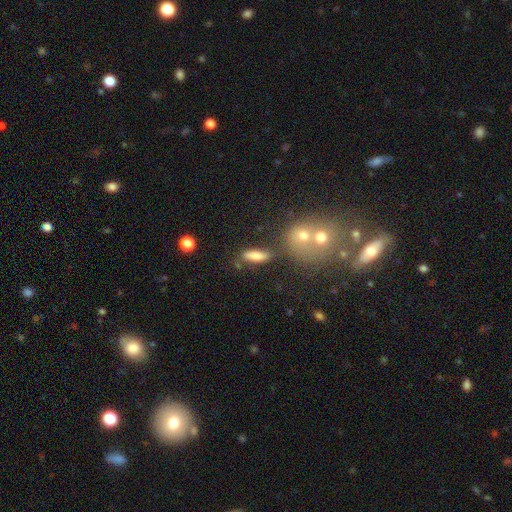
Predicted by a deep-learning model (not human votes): Smooth or featured? Predicted: smooth (p=0.76). How rounded? Predicted: in between (p=0.51). Merging? Predicted: none (p=0.67).